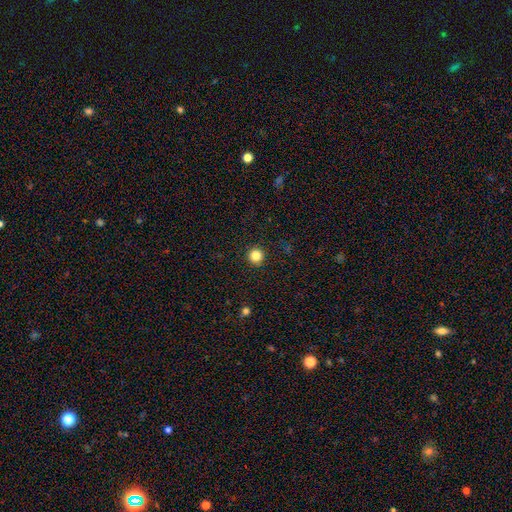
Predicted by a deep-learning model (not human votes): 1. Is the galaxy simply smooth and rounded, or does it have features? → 83% smooth, 12% star or artifact, 5% featured or disk.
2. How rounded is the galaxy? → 95% round, 4% in between, 1% cigar-shaped.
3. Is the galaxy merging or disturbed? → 92% none, 5% minor disturbance, 2% major disturbance, 1% merger.